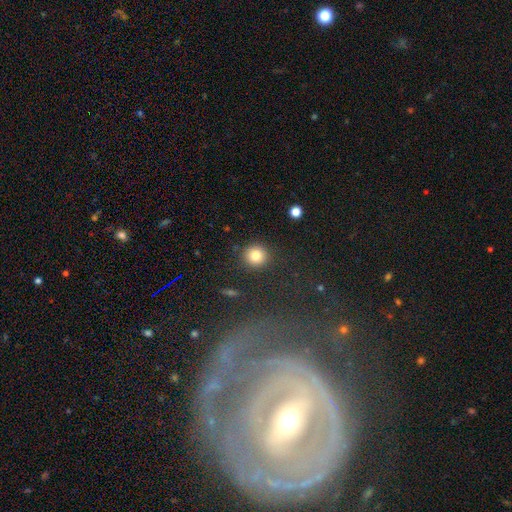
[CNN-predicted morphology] This appears to be a smooth galaxy with no disk features (82%) that is round (92%). Merging: none (89%).